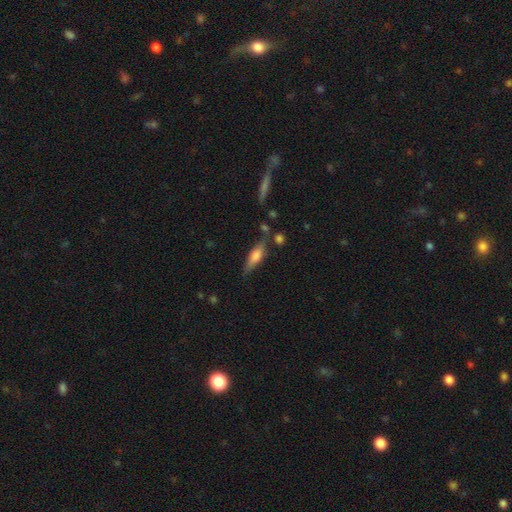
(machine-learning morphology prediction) Smooth or featured? smooth (54%)
How rounded? cigar-shaped (54%)
Merging? none (69%)